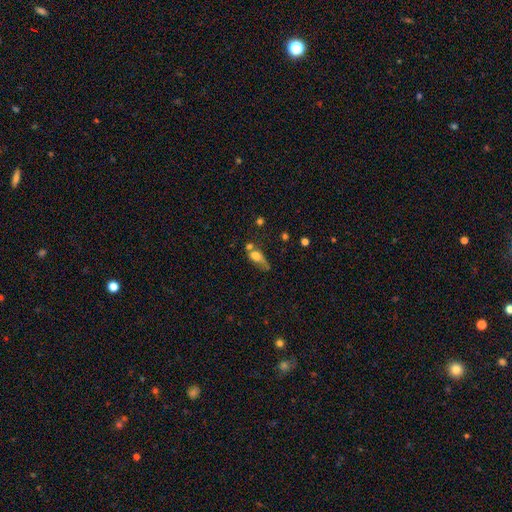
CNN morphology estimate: The model was most divided on "merging": merger: 27%, major disturbance: 26%, none: 25%, minor disturbance: 22%. More confident: how rounded — in between (71%); smooth or featured — smooth (66%).